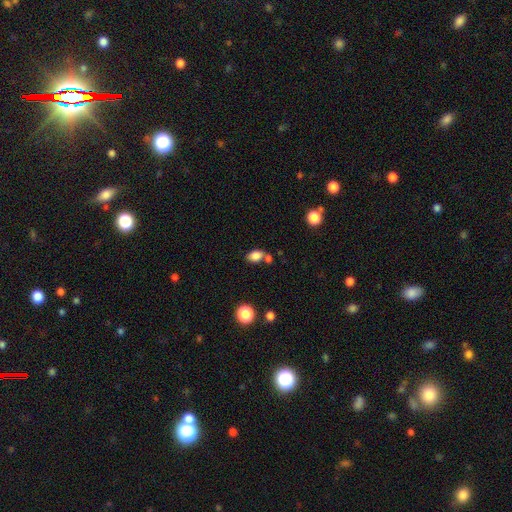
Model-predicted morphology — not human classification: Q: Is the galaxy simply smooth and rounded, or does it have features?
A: smooth — 83%.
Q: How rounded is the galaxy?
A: in between — 82%.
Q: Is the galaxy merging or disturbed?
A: none — 60%.